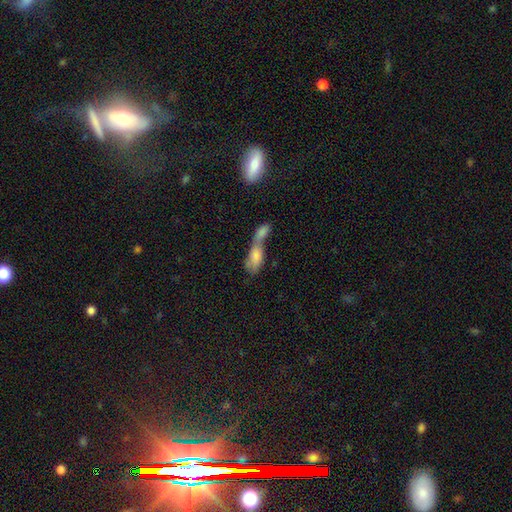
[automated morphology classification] Q: Smooth or featured?
A: smooth (69%); runner-up: featured or disk (21%)
Q: How rounded?
A: in between (77%); runner-up: cigar-shaped (17%)
Q: Merging?
A: merger (77%); runner-up: none (11%)